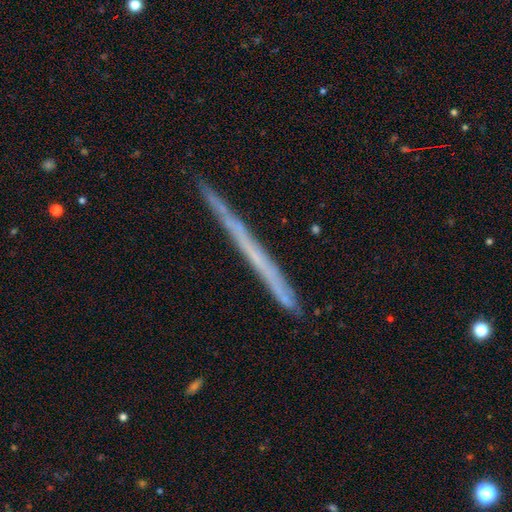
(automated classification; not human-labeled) Smooth or featured? Predicted: featured or disk (p=0.54). Edge-on disk? Predicted: yes (p=0.97). Edge-on bulge? Predicted: none (p=0.94). Merging? Predicted: none (p=0.90).